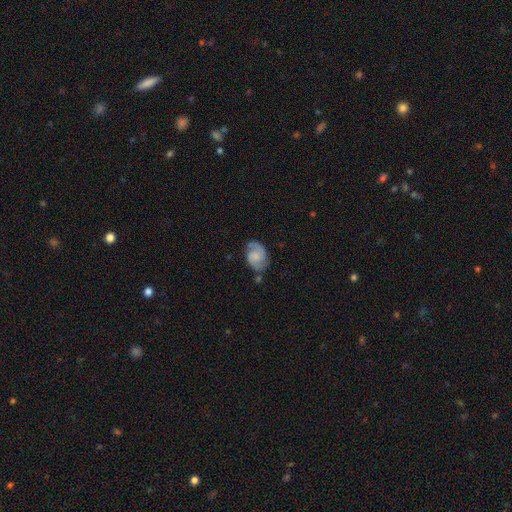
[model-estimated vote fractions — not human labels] smooth-or-featured: featured or disk: 68% | smooth: 25% | star or artifact: 7%
  disk-edge-on: no: 98% | yes: 2%
    bar: no: 62% | weak: 33% | strong: 6%
    has-spiral-arms: yes: 94% | no: 6%
      spiral-winding: medium: 48% | tight: 34% | loose: 18%
      spiral-arm-count: 2: 87% | can't tell: 6% | 1: 3% | 3: 2% | 4: 1% | more than 4: 1%
    bulge-size: small: 38% | none: 35% | moderate: 20% | large: 5% | dominant: 2%
  merging: none: 69% | minor disturbance: 20% | major disturbance: 6% | merger: 5%